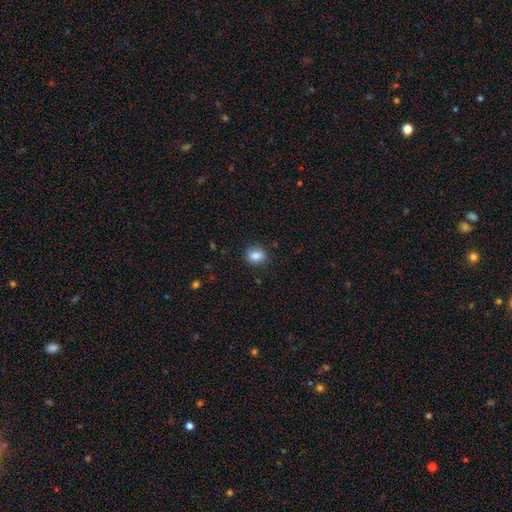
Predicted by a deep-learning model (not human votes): A smooth galaxy with no disk features (85%) that is round (52%). Merging: none (83%).